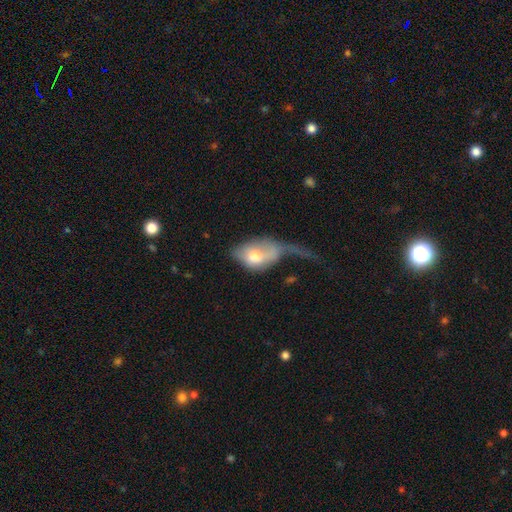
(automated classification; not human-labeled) This appears to be a smooth galaxy with no disk features (64%) that is in between round and cigar-shaped (83%). Merging: major disturbance (59%).